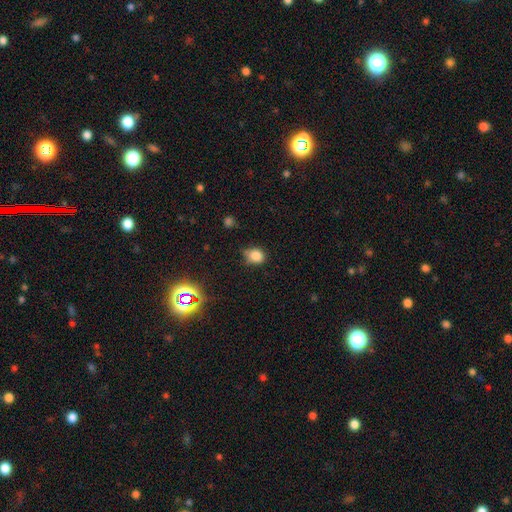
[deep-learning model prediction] Smooth or featured: smooth — 80% (star or artifact — 14%)
How rounded: round — 65% (in between — 33%)
Merging: none — 59% (minor disturbance — 30%)